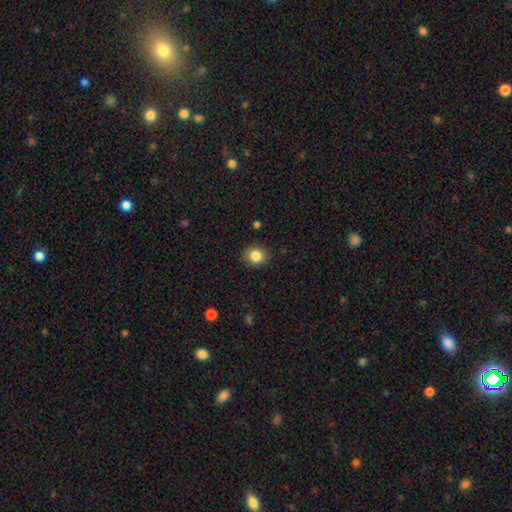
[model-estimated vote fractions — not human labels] Overall: smooth (85%). How rounded: round (82%). Merging: none (90%).